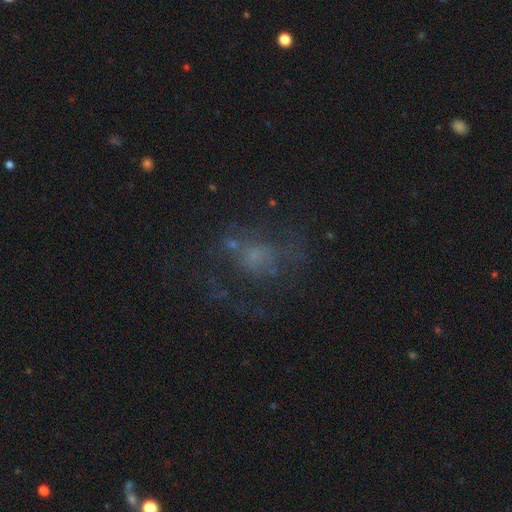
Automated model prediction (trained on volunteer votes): Morphology: type=featured or disk (44%); merging=none (47%).